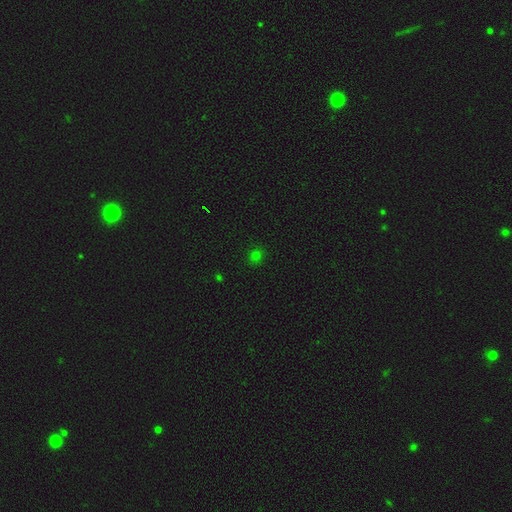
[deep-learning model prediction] A smooth galaxy with no disk features (73%) that is round (80%).

Vote fractions:
- Smooth or featured? smooth: 73% / star or artifact: 23% / featured or disk: 5%
- How rounded? round: 80% / in between: 18% / cigar-shaped: 1%
- Merging? none: 88% / minor disturbance: 8% / major disturbance: 2% / merger: 1%